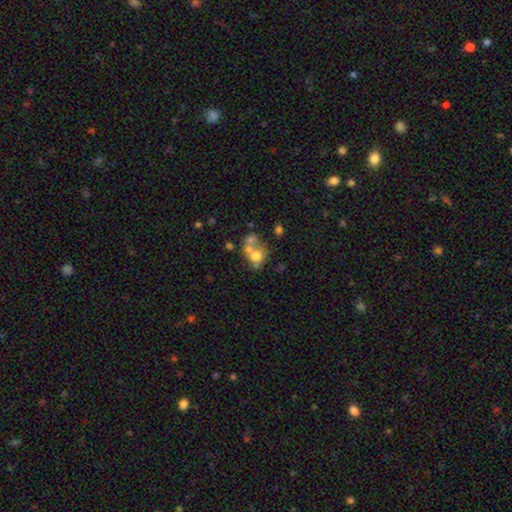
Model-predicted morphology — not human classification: Smooth or featured? smooth (55%)
How rounded? round (63%)
Merging? merger (53%)